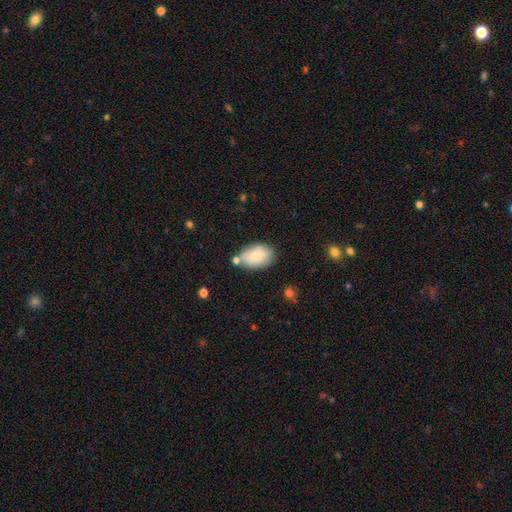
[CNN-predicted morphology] smooth-or-featured: smooth: 77% | featured or disk: 16% | star or artifact: 7%
  how-rounded: in between: 91% | round: 8% | cigar-shaped: 1%
  merging: none: 69% | minor disturbance: 18% | merger: 9% | major disturbance: 4%